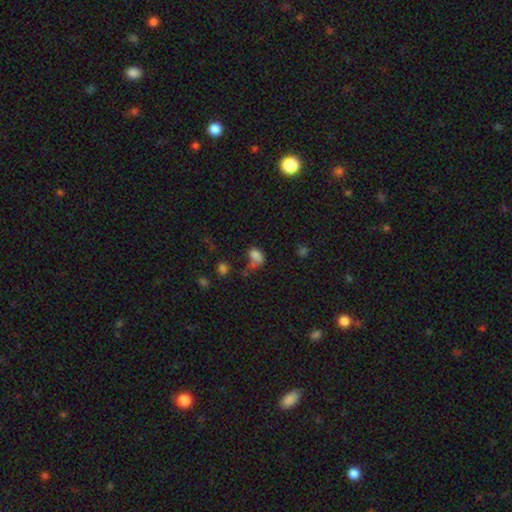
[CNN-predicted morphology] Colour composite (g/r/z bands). It shows a smooth galaxy with no disk features (76%) that is in between round and cigar-shaped (74%). Merging: none (30%).